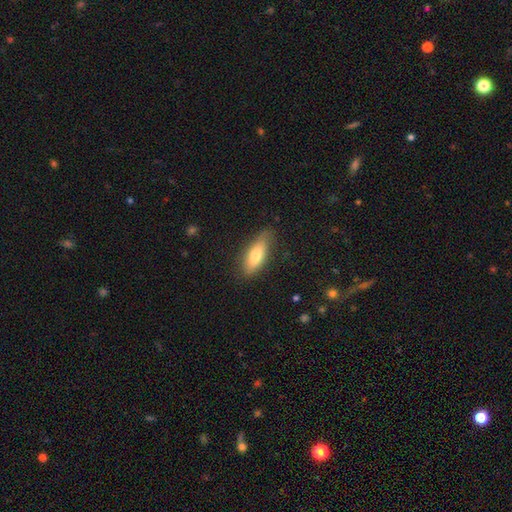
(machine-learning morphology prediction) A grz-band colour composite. It shows a smooth galaxy with no disk features (73%) that is in between round and cigar-shaped (62%). Merging: none (79%).